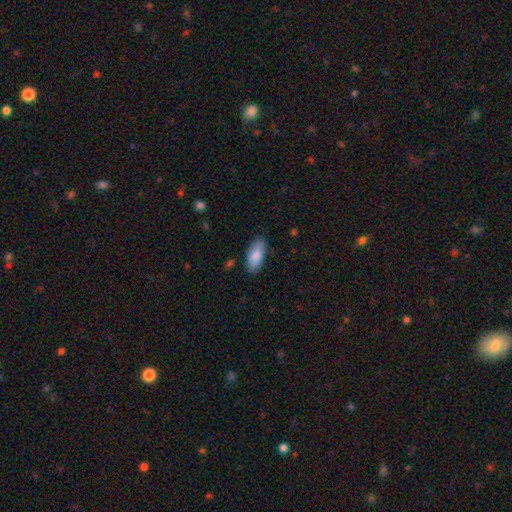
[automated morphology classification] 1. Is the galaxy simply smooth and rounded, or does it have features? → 87% smooth, 7% featured or disk, 6% star or artifact.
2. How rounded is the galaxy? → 89% in between, 9% cigar-shaped, 2% round.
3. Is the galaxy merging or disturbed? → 82% none, 14% minor disturbance, 3% major disturbance, 1% merger.